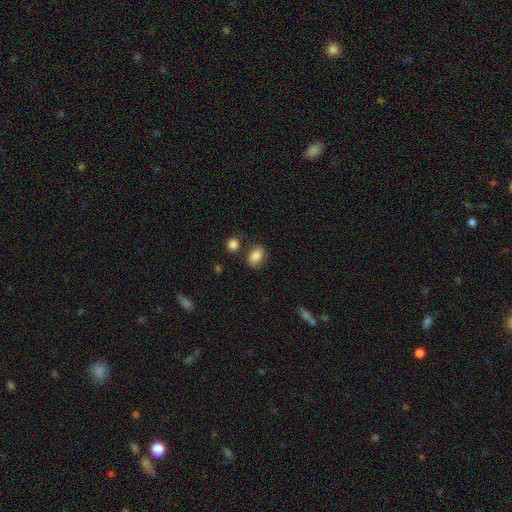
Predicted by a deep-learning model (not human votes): Smooth or featured?
  - smooth: 84% *
  - star or artifact: 9%
  - featured or disk: 8%
How rounded?
  - in between: 79% *
  - round: 19%
  - cigar-shaped: 1%
Merging?
  - none: 67% *
  - minor disturbance: 18%
  - merger: 8%
  - major disturbance: 6%